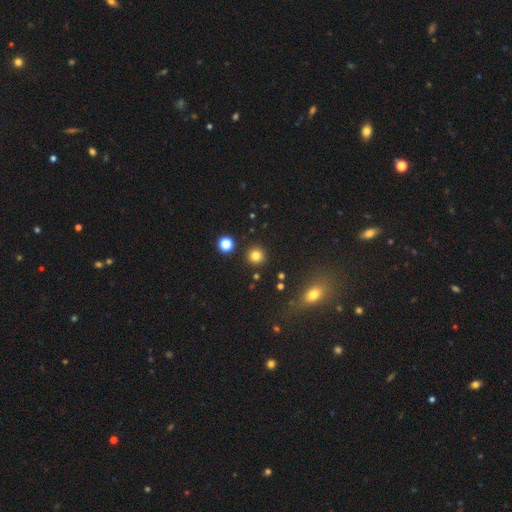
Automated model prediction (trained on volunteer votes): smooth 81%, star or artifact 13%, featured or disk 6%. Down the decision tree: how rounded — round (93%); merging — none (90%).